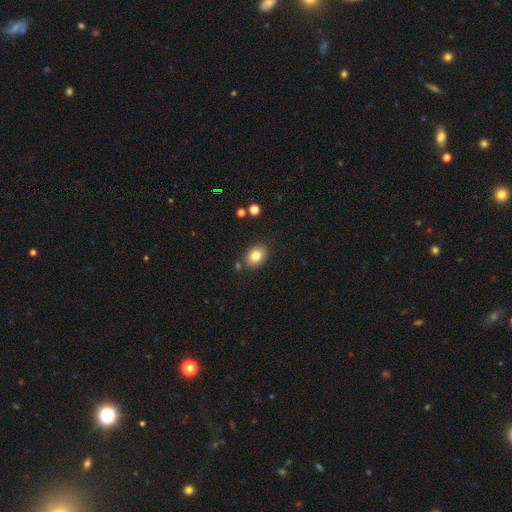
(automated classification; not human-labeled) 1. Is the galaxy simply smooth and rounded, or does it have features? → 82% smooth, 9% star or artifact, 9% featured or disk.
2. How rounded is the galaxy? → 72% in between, 27% round, 1% cigar-shaped.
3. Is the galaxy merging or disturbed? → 83% none, 11% minor disturbance, 3% merger, 3% major disturbance.